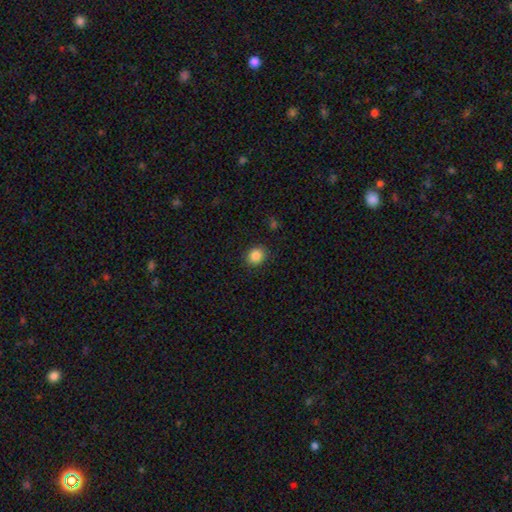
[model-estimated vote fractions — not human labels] The model was most divided on "how rounded": round: 79%, in between: 20%, cigar-shaped: 1%. More confident: merging — none (89%); smooth or featured — smooth (86%).